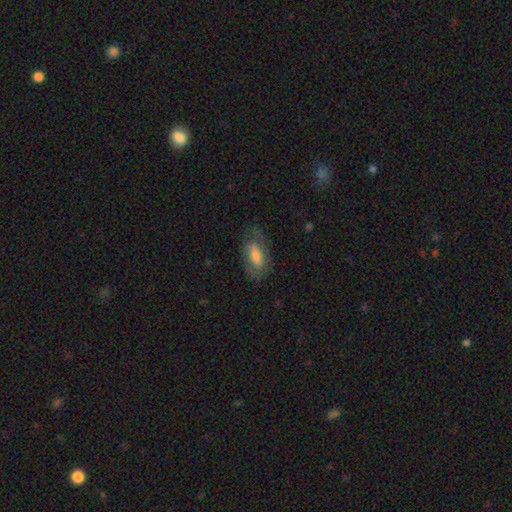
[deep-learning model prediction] Smooth or featured? smooth (58%)
How rounded? in between (85%)
Merging? none (68%)